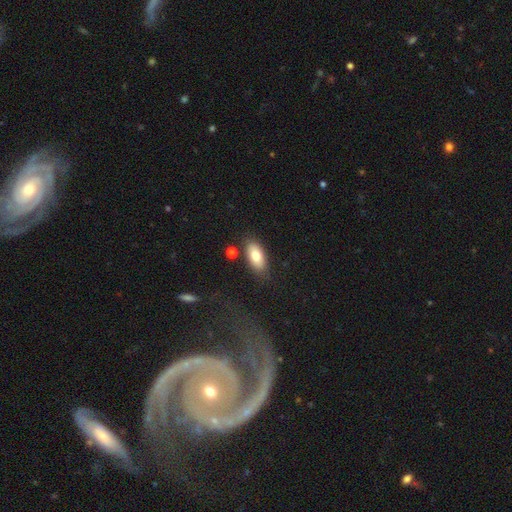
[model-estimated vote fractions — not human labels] Morphology: type=smooth (79%); roundness=in between (89%); merging=none (79%).